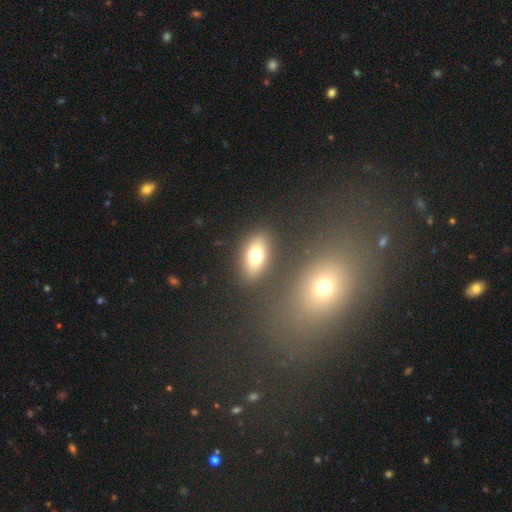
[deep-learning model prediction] Morphology: type=smooth (69%); roundness=in between (80%); merging=none (84%).